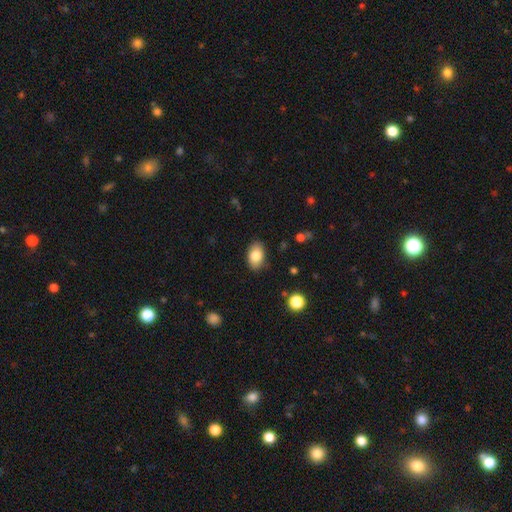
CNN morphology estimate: Q: Smooth or featured?
A: smooth (82%); runner-up: featured or disk (11%)
Q: How rounded?
A: in between (89%); runner-up: round (9%)
Q: Merging?
A: none (86%); runner-up: minor disturbance (11%)